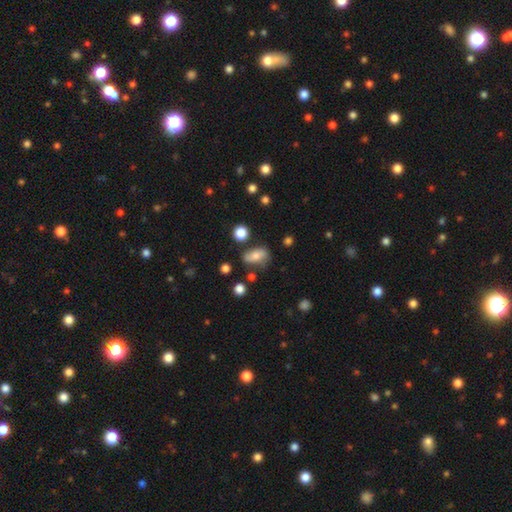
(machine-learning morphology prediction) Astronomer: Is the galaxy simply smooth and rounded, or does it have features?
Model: smooth — 68%.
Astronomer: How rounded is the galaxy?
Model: in between — 83%.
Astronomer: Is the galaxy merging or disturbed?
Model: none — 56%.